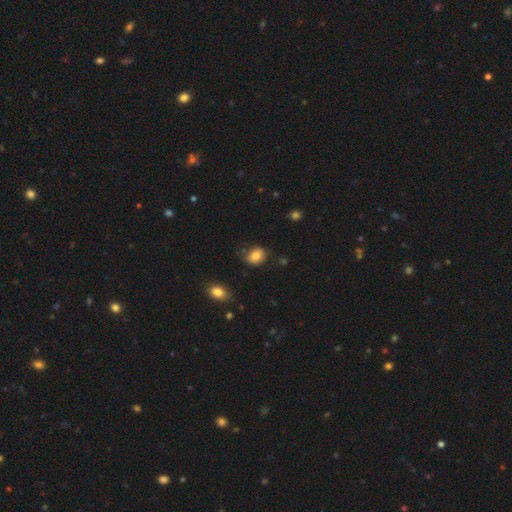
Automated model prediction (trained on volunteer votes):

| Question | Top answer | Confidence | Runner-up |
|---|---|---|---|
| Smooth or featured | smooth | 81% | star or artifact (10%) |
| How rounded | in between | 56% | round (43%) |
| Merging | none | 68% | minor disturbance (23%) |